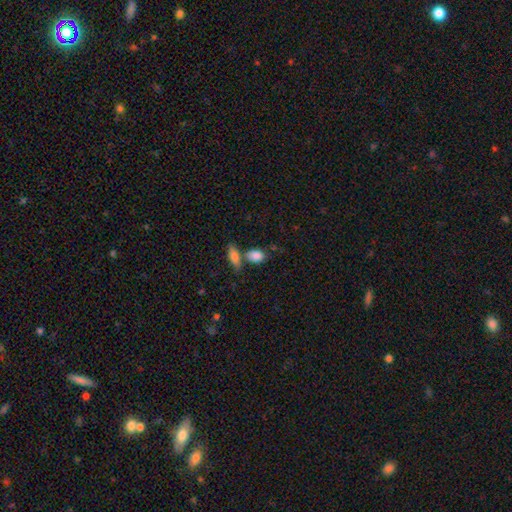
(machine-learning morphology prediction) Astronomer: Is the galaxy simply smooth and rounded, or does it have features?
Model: smooth — 86%.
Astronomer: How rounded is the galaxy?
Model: in between — 78%.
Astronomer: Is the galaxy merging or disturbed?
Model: none — 54%.